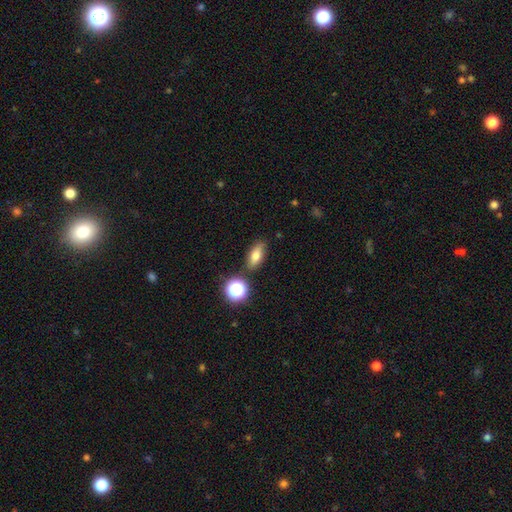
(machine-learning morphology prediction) smooth 73%, featured or disk 15%, star or artifact 12%. Down the decision tree: how rounded — in between (71%); merging — none (80%).